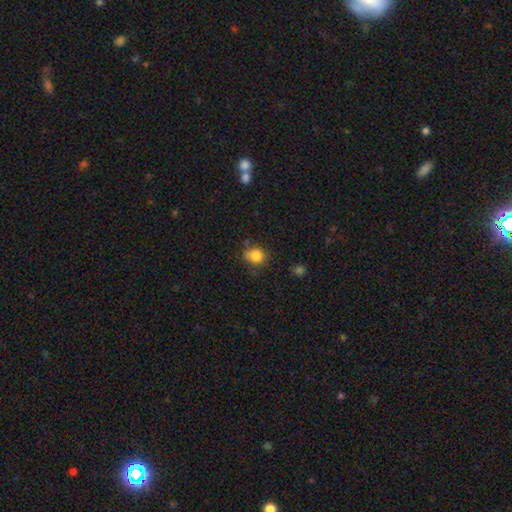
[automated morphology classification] smooth_or_featured: smooth (p=0.83) [alt: star or artifact p=0.11]
how_rounded: round (p=0.66) [alt: in between p=0.33]
merging: none (p=0.68) [alt: minor disturbance p=0.22]